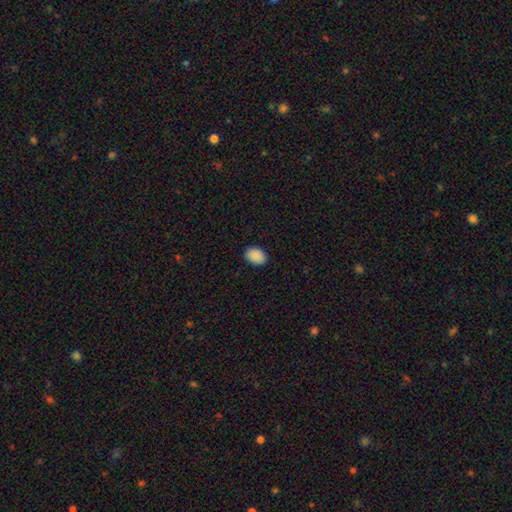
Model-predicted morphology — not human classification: type=smooth (90%); roundness=in between (77%); merging=none (88%).